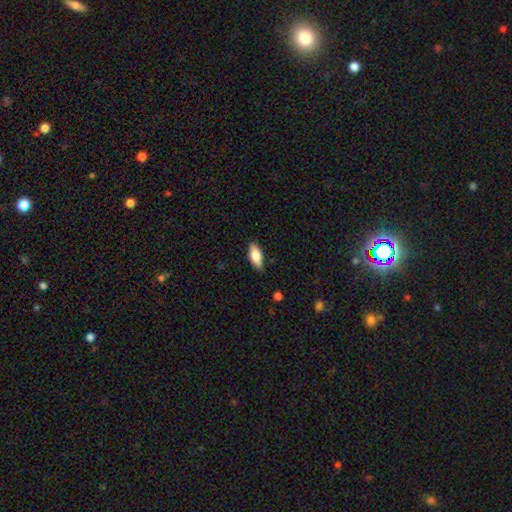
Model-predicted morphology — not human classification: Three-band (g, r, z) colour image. It shows a smooth galaxy with no disk features (80%) that is in between round and cigar-shaped (83%). Merging: none (84%).